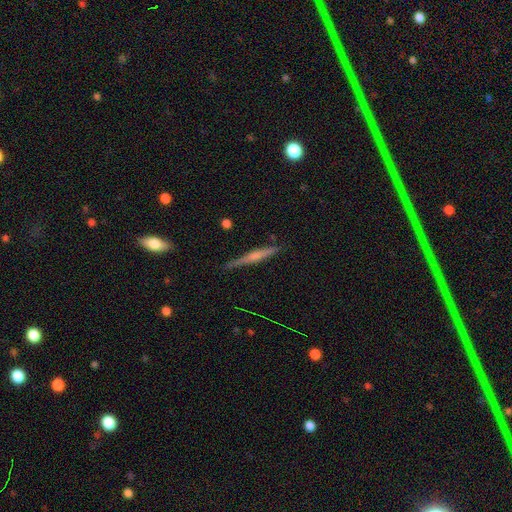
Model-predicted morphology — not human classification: Q: Smooth or featured?
A: featured or disk (63%); runner-up: smooth (30%)
Q: Edge-on disk?
A: yes (97%); runner-up: no (3%)
Q: Edge-on bulge?
A: rounded (57%); runner-up: none (26%)
Q: Merging?
A: none (86%); runner-up: minor disturbance (11%)